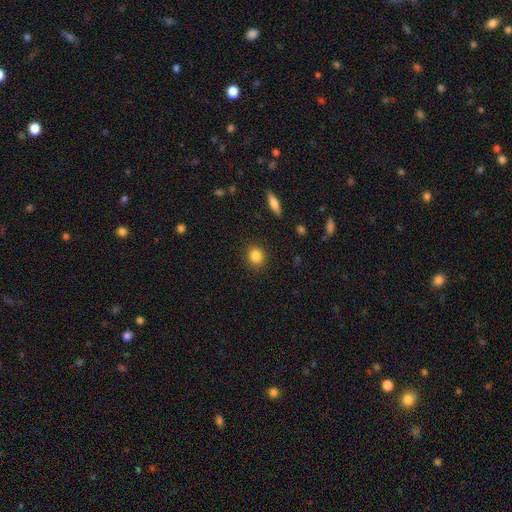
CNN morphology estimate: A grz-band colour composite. It shows a smooth galaxy with no disk features (85%) that is round (83%). Merging: none (90%).